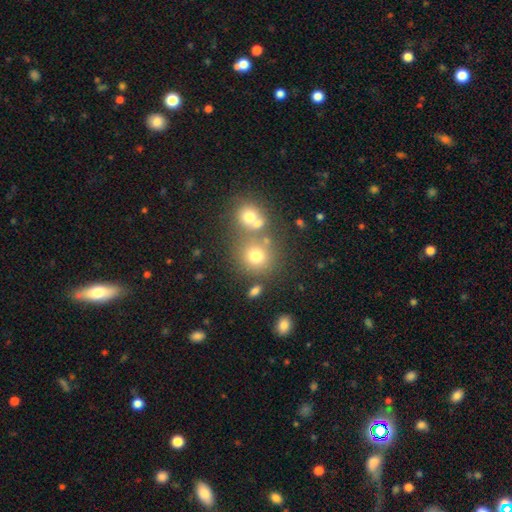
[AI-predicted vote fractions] Smooth or featured?
  - smooth: 72% *
  - star or artifact: 16%
  - featured or disk: 12%
How rounded?
  - round: 86% *
  - in between: 13%
  - cigar-shaped: 1%
Merging?
  - none: 60% *
  - merger: 26%
  - minor disturbance: 10%
  - major disturbance: 4%